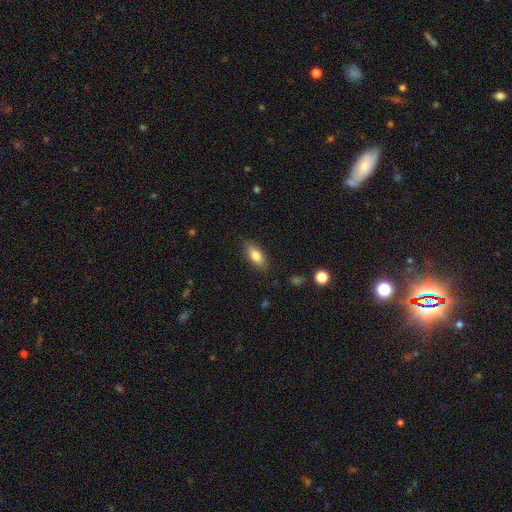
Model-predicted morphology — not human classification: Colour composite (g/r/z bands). It shows a smooth galaxy with no disk features (78%) that is in between round and cigar-shaped (79%). Merging: none (84%).